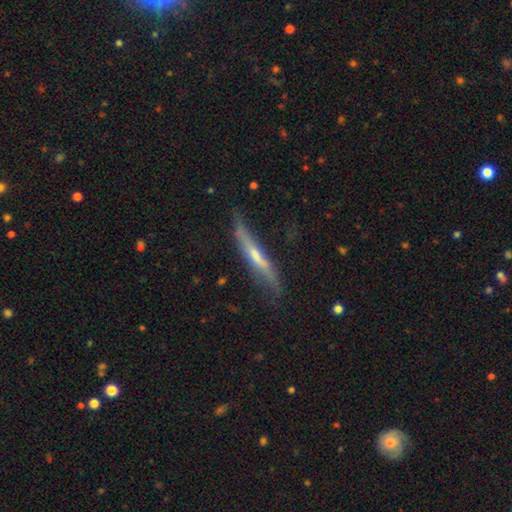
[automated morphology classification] Smooth or featured? Predicted: featured or disk (p=0.61). Edge-on disk? Predicted: yes (p=0.86). Edge-on bulge? Predicted: rounded (p=0.44). Merging? Predicted: none (p=0.63).